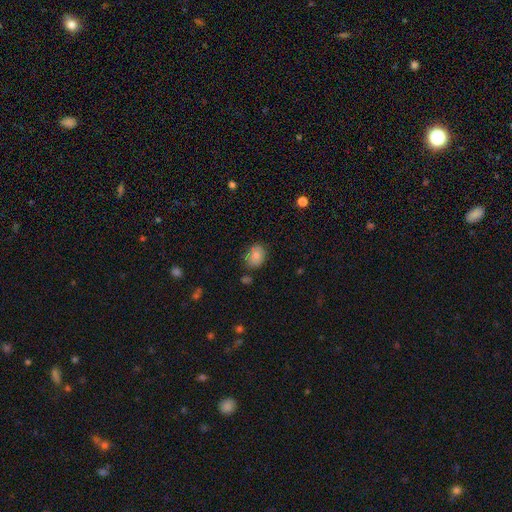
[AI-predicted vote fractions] Smooth or featured?
  - smooth: 80% *
  - featured or disk: 11%
  - star or artifact: 9%
How rounded?
  - in between: 56% *
  - round: 43%
  - cigar-shaped: 1%
Merging?
  - none: 75% *
  - minor disturbance: 17%
  - merger: 4%
  - major disturbance: 3%